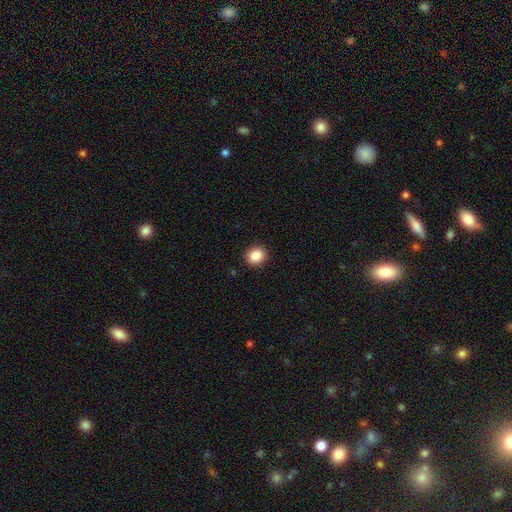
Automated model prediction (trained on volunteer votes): This appears to be a smooth galaxy with no disk features (87%) that is round (76%). Merging: none (91%).